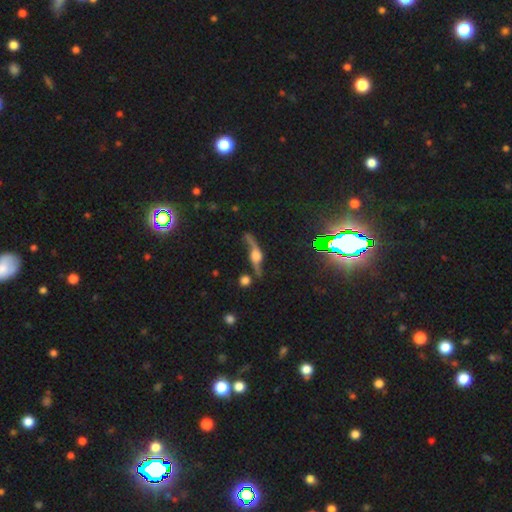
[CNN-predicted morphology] This appears to be a featured or disk galaxy (79%) viewed edge-on (56%). Merging: none (65%).